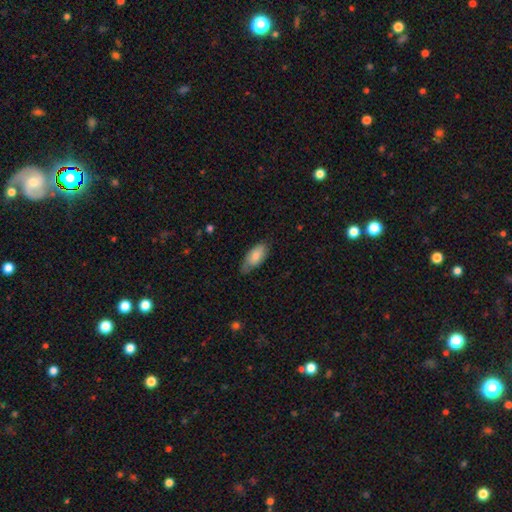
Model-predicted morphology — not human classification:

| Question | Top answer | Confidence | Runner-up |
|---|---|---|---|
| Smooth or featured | smooth | 78% | featured or disk (17%) |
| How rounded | in between | 89% | cigar-shaped (9%) |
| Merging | none | 57% | minor disturbance (34%) |